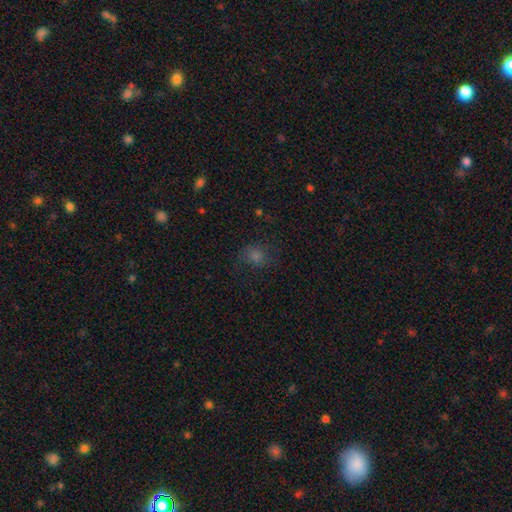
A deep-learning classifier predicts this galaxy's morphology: Smooth or featured? Predicted: smooth (p=0.59). How rounded? Predicted: round (p=0.68). Merging? Predicted: none (p=0.68).